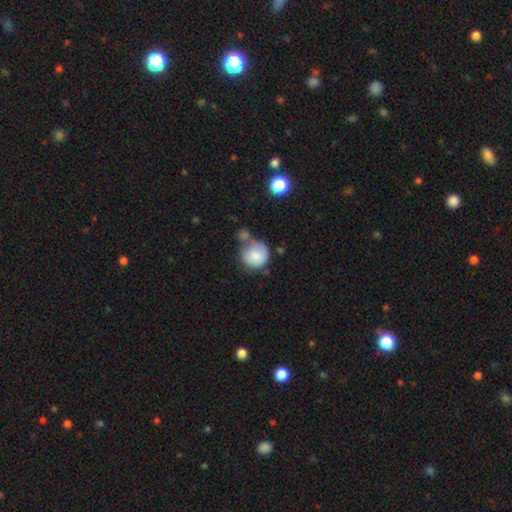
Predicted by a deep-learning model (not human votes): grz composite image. It shows a smooth galaxy with no disk features (82%) that is round (89%). Merging: none (43%).